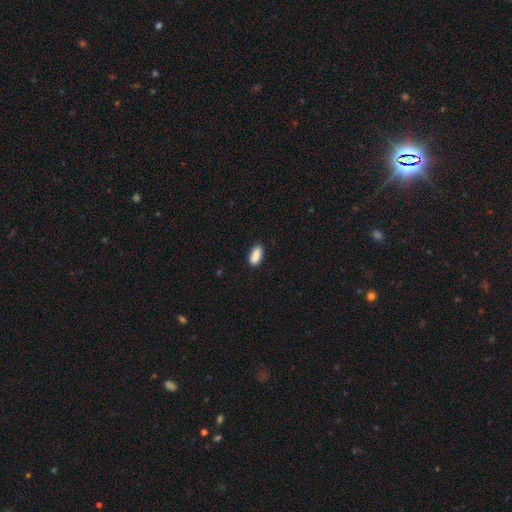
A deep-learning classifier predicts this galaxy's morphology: Smooth or featured?
  - smooth: 87% *
  - star or artifact: 7%
  - featured or disk: 6%
How rounded?
  - in between: 83% *
  - cigar-shaped: 14%
  - round: 3%
Merging?
  - none: 85% *
  - minor disturbance: 12%
  - major disturbance: 2%
  - merger: 2%